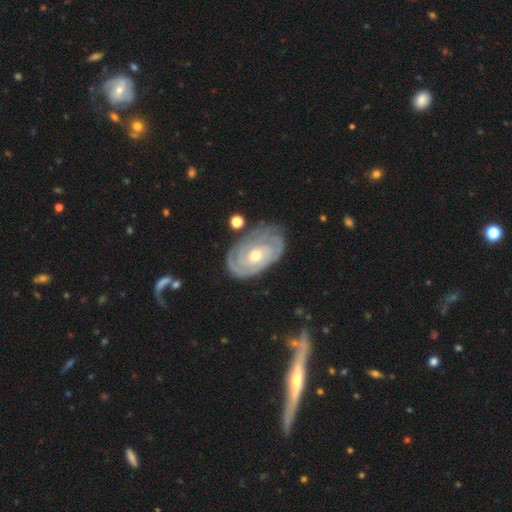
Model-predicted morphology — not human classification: type=featured or disk (86%); edge-on=no (96%); bar=no (77%); spiral arms=yes (95%); winding=tight (82%); arm count=can't tell (32%); bulge=moderate (51%); merging=none (73%).